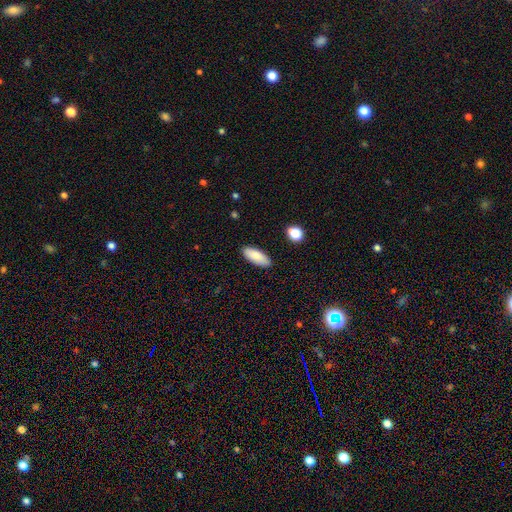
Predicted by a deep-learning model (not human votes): smooth-or-featured: smooth: 86% | featured or disk: 8% | star or artifact: 6%
  how-rounded: in between: 75% | cigar-shaped: 23% | round: 2%
  merging: none: 88% | minor disturbance: 9% | major disturbance: 2% | merger: 1%